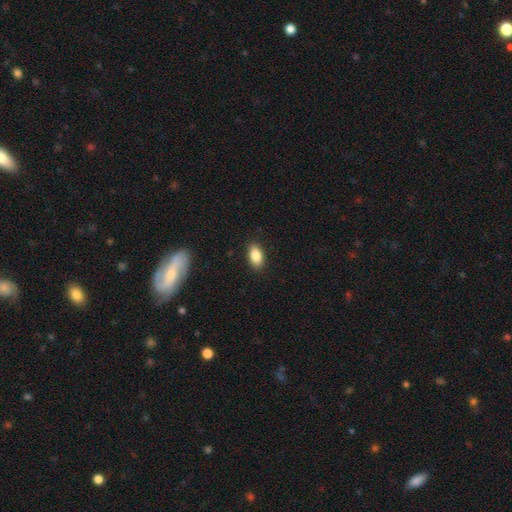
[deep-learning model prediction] The model was most divided on "smooth or featured": smooth: 86%, star or artifact: 8%, featured or disk: 7%. More confident: how rounded — in between (90%); merging — none (89%).